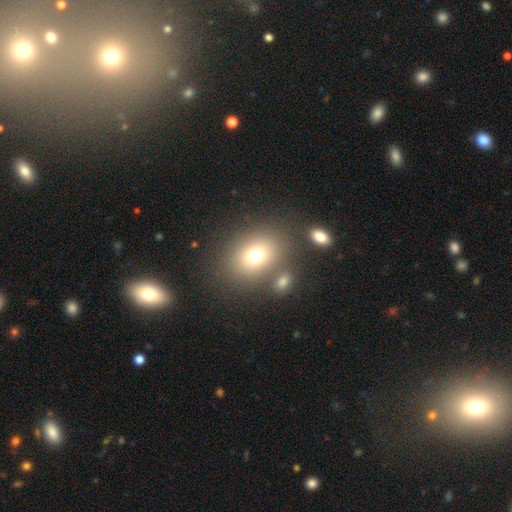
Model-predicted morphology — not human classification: Smooth or featured? smooth (73%)
How rounded? in between (55%)
Merging? none (71%)